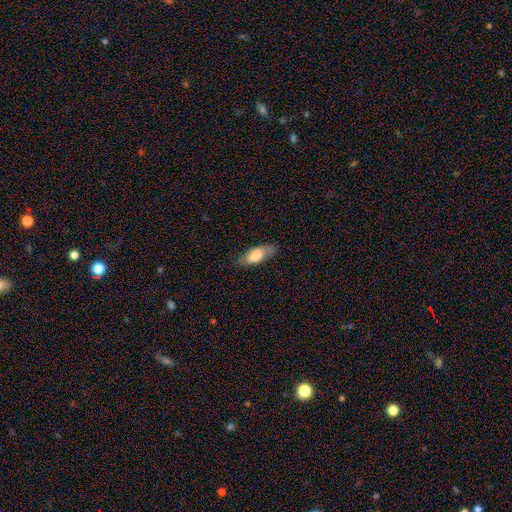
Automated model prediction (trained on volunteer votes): smooth-or-featured: smooth: 73% | featured or disk: 20% | star or artifact: 7%
  how-rounded: in between: 76% | cigar-shaped: 21% | round: 3%
  merging: none: 61% | minor disturbance: 28% | major disturbance: 9% | merger: 2%